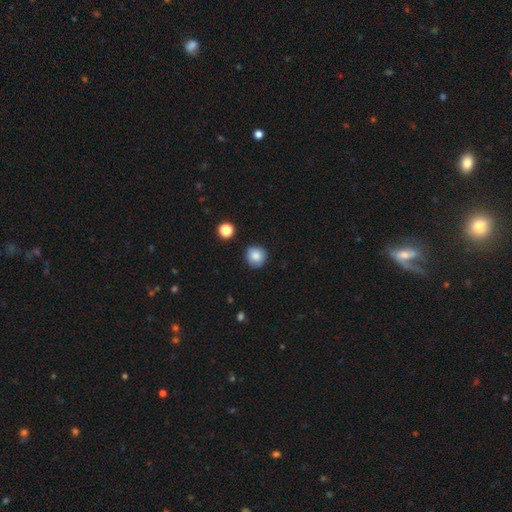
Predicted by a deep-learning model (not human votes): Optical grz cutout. It shows a smooth galaxy with no disk features (84%) that is round (92%). Merging: none (84%).